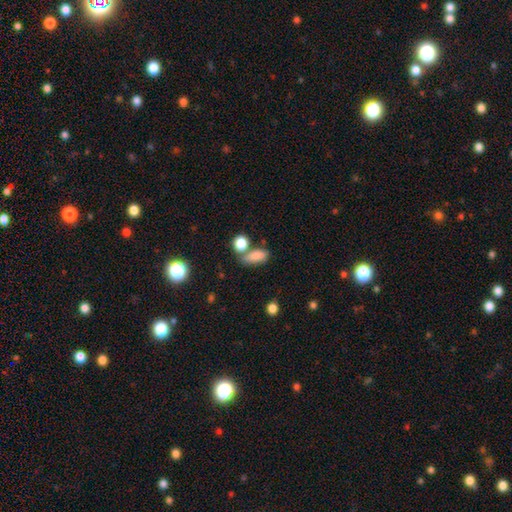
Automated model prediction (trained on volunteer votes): smooth-or-featured: smooth: 82% | star or artifact: 10% | featured or disk: 8%
  how-rounded: in between: 77% | cigar-shaped: 13% | round: 10%
  merging: none: 50% | merger: 28% | minor disturbance: 16% | major disturbance: 7%